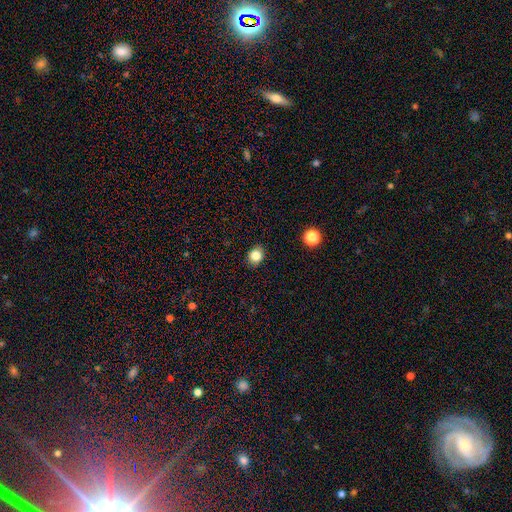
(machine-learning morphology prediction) A smooth galaxy with no disk features (83%) that is round (66%). Merging: none (89%).